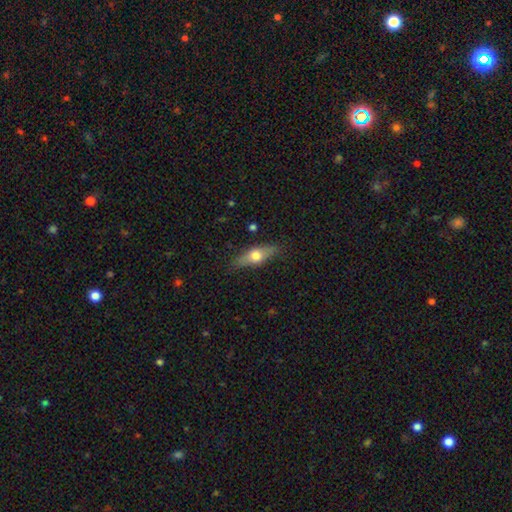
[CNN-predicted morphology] A smooth galaxy with no disk features (50%) that is in between round and cigar-shaped (50%). Merging: none (83%).